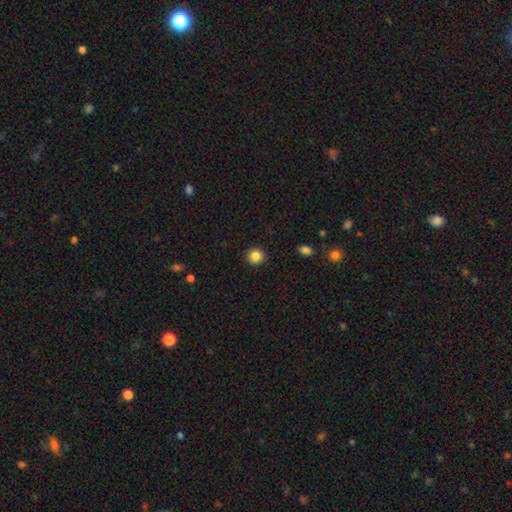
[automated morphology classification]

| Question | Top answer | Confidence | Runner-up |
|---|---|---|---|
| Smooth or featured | smooth | 84% | star or artifact (10%) |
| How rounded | round | 91% | in between (8%) |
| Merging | none | 92% | minor disturbance (6%) |